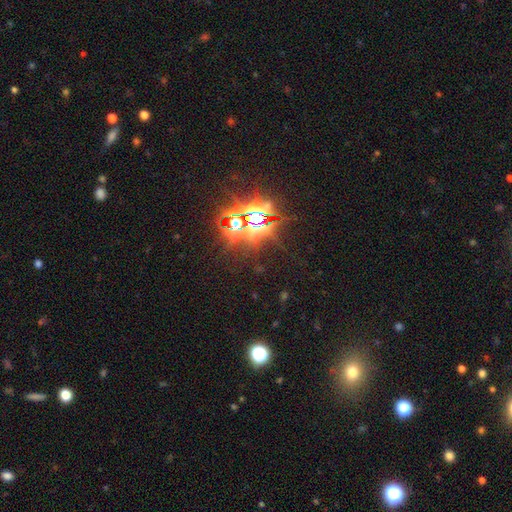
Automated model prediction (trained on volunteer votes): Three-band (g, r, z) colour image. It shows a star or artifact, not a galaxy (78%).